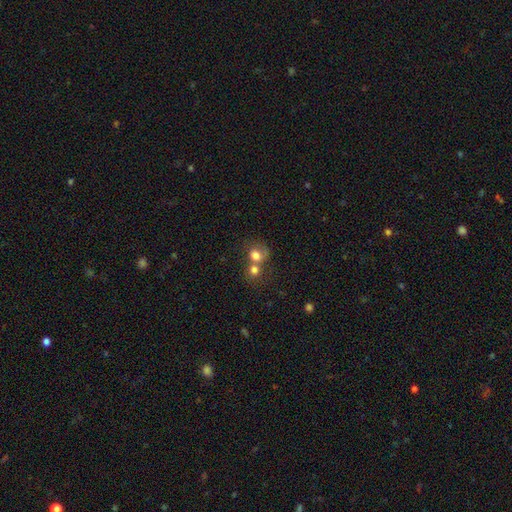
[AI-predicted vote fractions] This is likely a smooth galaxy (73%). How rounded: likely round (68%). Merging: likely merger (62%).